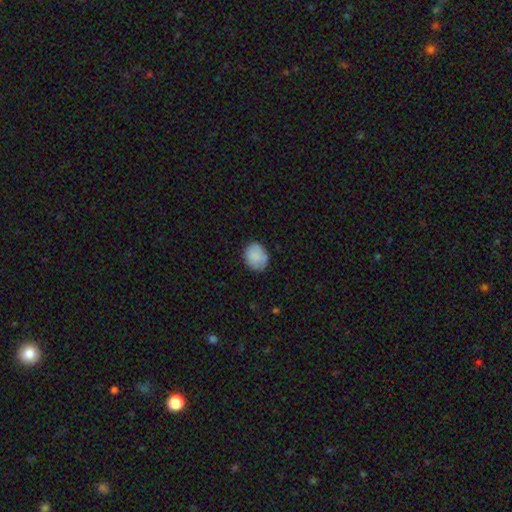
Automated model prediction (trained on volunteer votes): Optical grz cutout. It shows a smooth galaxy with no disk features (87%) that is round (61%). Merging: none (79%).